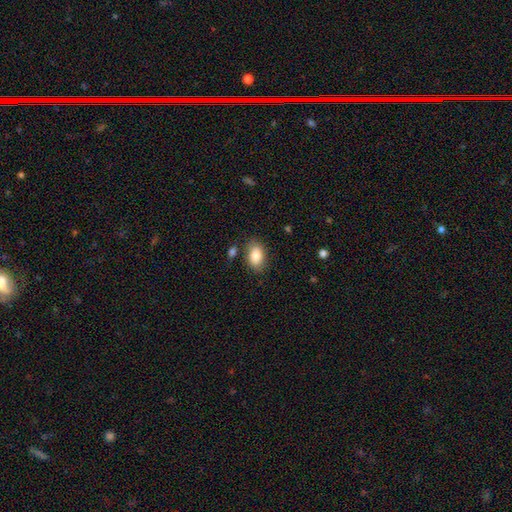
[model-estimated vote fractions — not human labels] Q: Smooth or featured?
A: smooth (85%); runner-up: featured or disk (8%)
Q: How rounded?
A: in between (88%); runner-up: round (11%)
Q: Merging?
A: none (78%); runner-up: minor disturbance (14%)